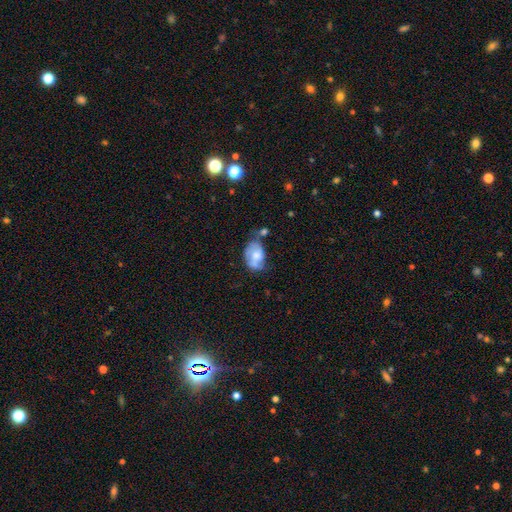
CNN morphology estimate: smooth-or-featured: smooth: 48% | featured or disk: 44% | star or artifact: 8%
  merging: none: 34% | minor disturbance: 31% | merger: 18% | major disturbance: 17%